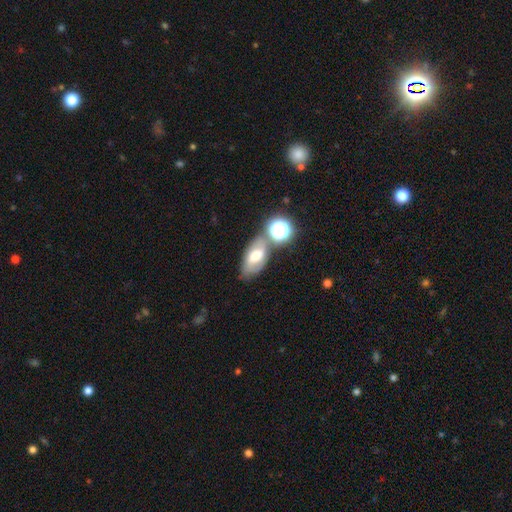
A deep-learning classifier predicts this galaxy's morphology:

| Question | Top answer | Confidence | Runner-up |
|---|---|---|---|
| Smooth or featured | smooth | 52% | featured or disk (33%) |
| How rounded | in between | 84% | round (10%) |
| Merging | none | 55% | merger (20%) |